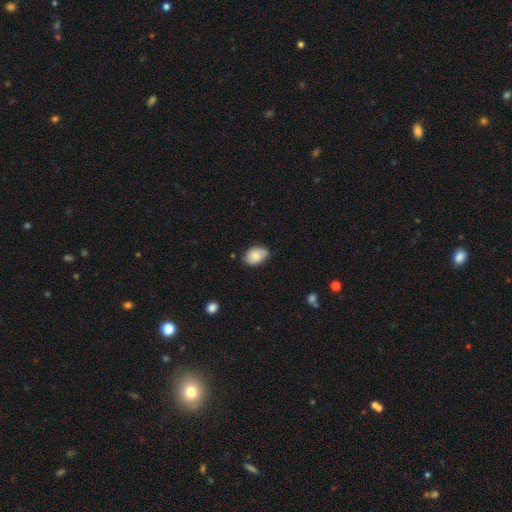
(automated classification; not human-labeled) smooth 78%, featured or disk 15%, star or artifact 7%. Down the decision tree: how rounded — in between (84%); merging — none (75%).